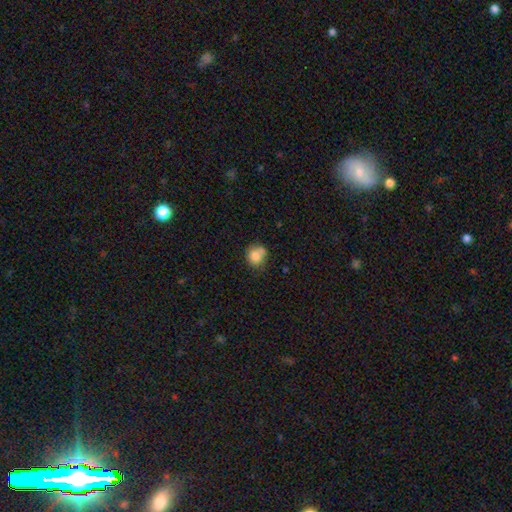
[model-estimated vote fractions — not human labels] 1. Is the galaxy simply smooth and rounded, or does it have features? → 79% smooth, 11% featured or disk, 10% star or artifact.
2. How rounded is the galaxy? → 76% round, 23% in between, 1% cigar-shaped.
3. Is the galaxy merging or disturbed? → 53% none, 22% merger, 20% minor disturbance, 6% major disturbance.